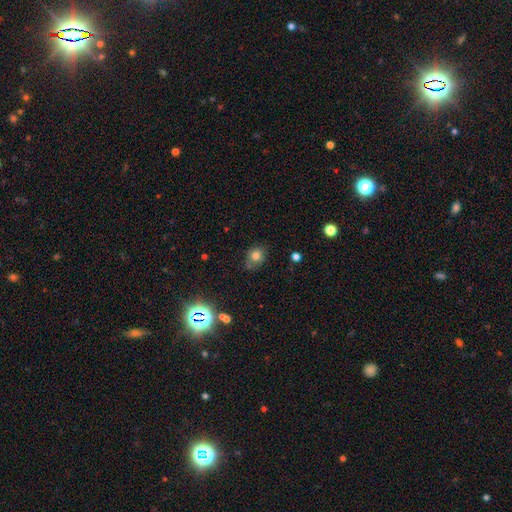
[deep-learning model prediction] Overall: smooth (75%). How rounded: round (62%; in between 36%). Merging: none (66%).